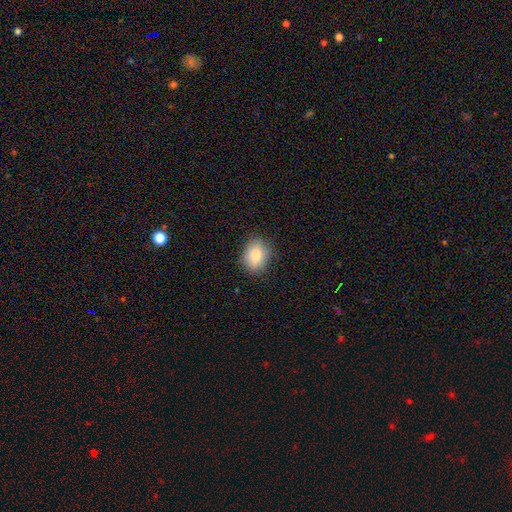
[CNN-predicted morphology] A smooth galaxy with no disk features (85%) that is in between round and cigar-shaped (73%).

Vote fractions:
- Smooth or featured? smooth: 85% / star or artifact: 8% / featured or disk: 7%
- How rounded? in between: 73% / round: 25% / cigar-shaped: 2%
- Merging? none: 80% / minor disturbance: 15% / major disturbance: 4% / merger: 1%